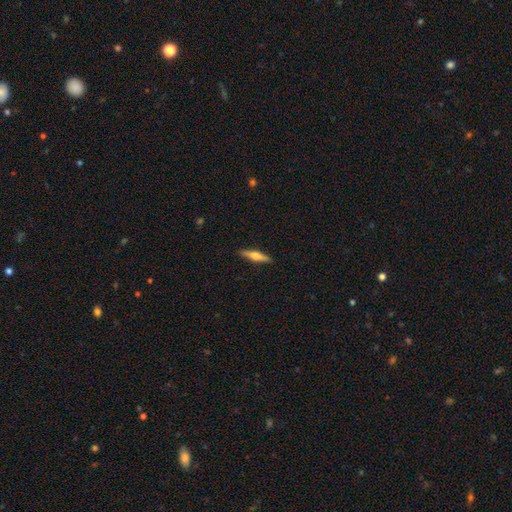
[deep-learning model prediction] smooth-or-featured: featured or disk: 52% | smooth: 42% | star or artifact: 6%
  disk-edge-on: yes: 96% | no: 4%
    edge-on-bulge: rounded: 88% | boxy: 7% | none: 5%
  merging: none: 91% | minor disturbance: 7% | major disturbance: 2% | merger: 1%